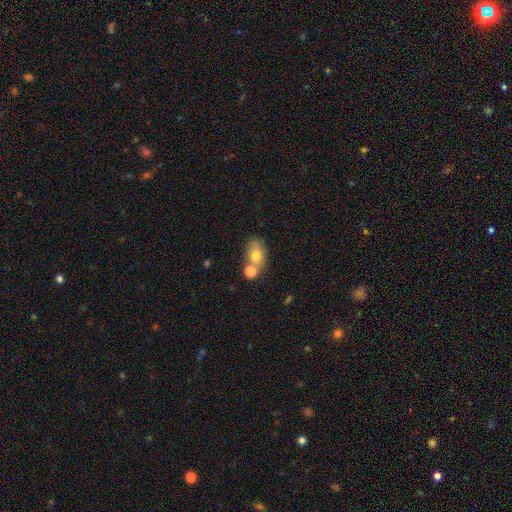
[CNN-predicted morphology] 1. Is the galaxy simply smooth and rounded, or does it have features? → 75% smooth, 16% featured or disk, 10% star or artifact.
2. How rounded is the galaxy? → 72% in between, 26% round, 2% cigar-shaped.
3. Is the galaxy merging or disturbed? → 43% none, 35% merger, 15% minor disturbance, 7% major disturbance.